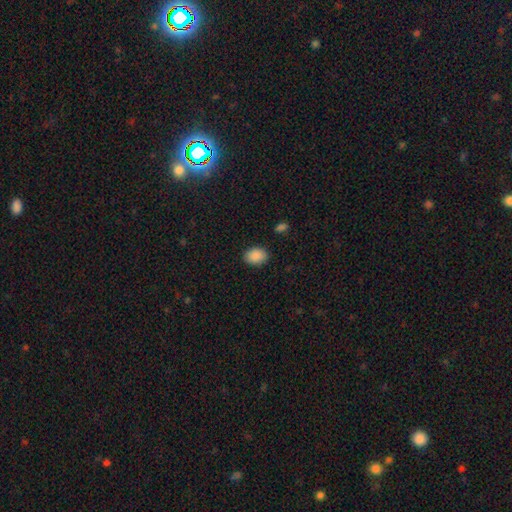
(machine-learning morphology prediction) Overall: smooth (89%). How rounded: in between (74%). Merging: none (87%).